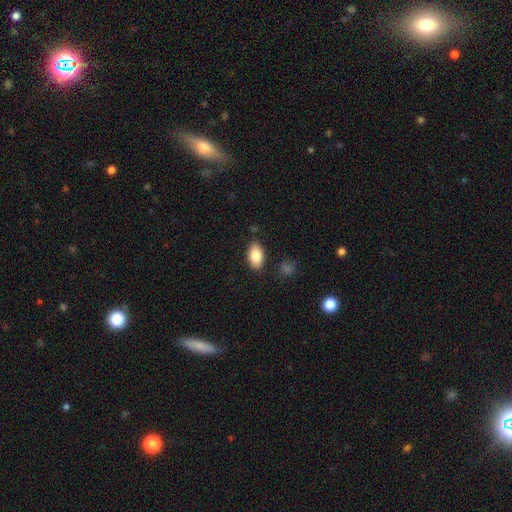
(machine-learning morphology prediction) smooth 84%, featured or disk 9%, star or artifact 7%. Down the decision tree: how rounded — in between (92%); merging — none (86%).